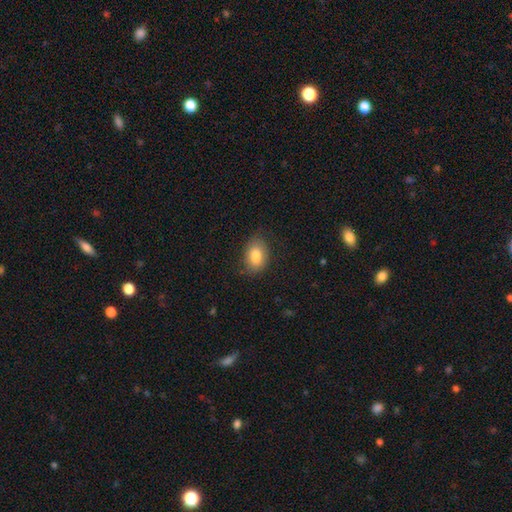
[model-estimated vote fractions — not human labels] This is clearly a smooth galaxy (83%). How rounded: clearly in between (87%). Merging: likely none (73%).